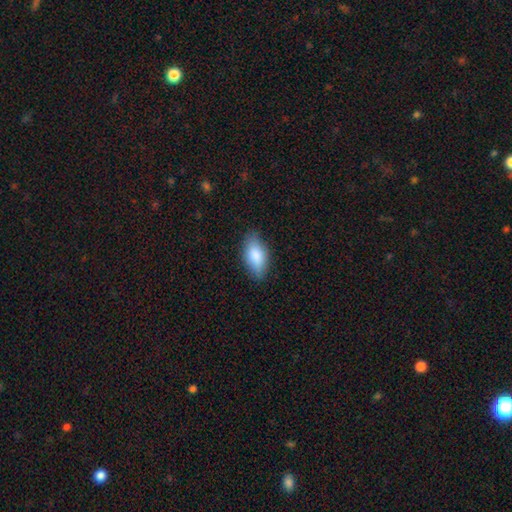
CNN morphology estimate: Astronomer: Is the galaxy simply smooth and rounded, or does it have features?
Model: smooth — 85%.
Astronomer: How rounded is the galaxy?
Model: in between — 91%.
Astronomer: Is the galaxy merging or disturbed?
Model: none — 82%.